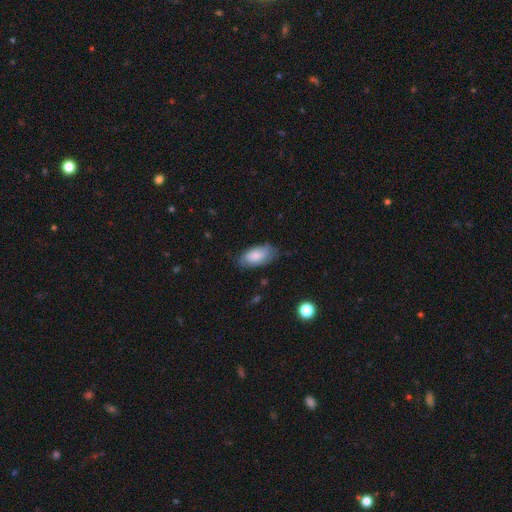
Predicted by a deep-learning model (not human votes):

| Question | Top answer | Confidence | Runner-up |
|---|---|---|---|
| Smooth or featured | smooth | 82% | featured or disk (12%) |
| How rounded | in between | 92% | cigar-shaped (5%) |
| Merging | none | 68% | minor disturbance (25%) |